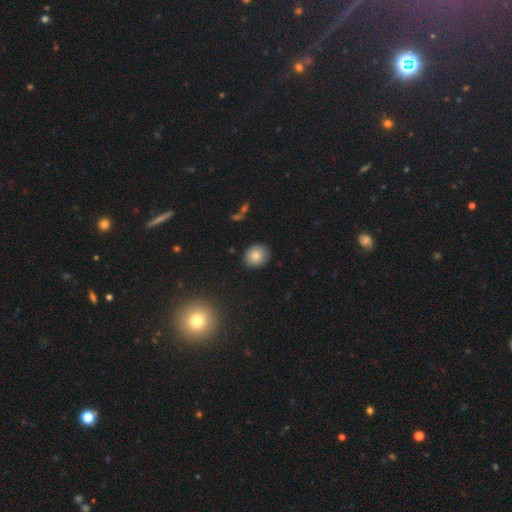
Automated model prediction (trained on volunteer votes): Smooth or featured: smooth — 80% (star or artifact — 10%)
How rounded: round — 67% (in between — 32%)
Merging: none — 88% (minor disturbance — 8%)